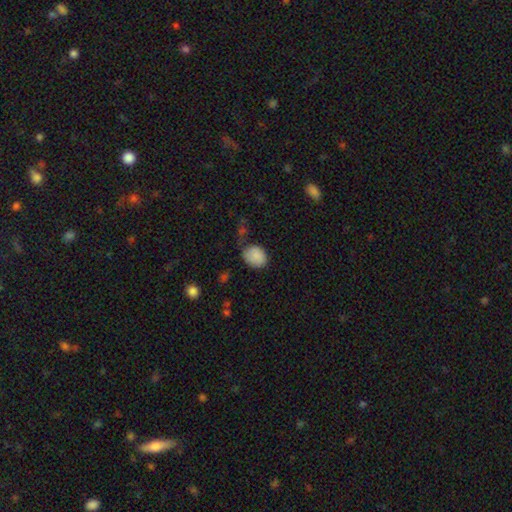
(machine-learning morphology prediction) Overall: smooth (86%). How rounded: in between (54%; round 45%). Merging: none (62%; minor disturbance 26%).